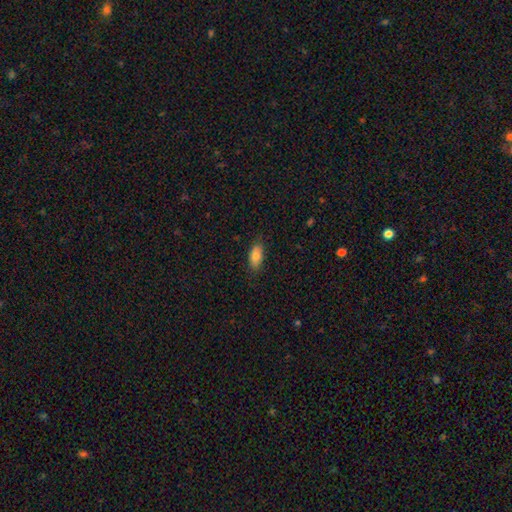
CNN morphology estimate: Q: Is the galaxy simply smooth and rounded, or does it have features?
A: smooth — 83%.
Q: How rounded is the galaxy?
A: in between — 89%.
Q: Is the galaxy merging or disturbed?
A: none — 80%.